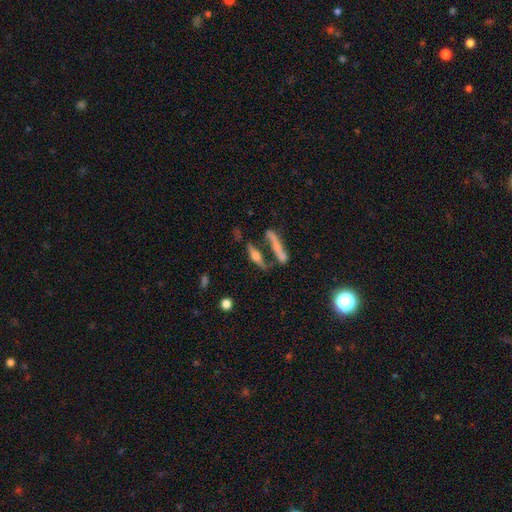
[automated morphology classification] The model was most divided on "smooth or featured": featured or disk: 55%, smooth: 35%, star or artifact: 10%. More confident: edge-on disk — yes (86%); merging — none (55%).